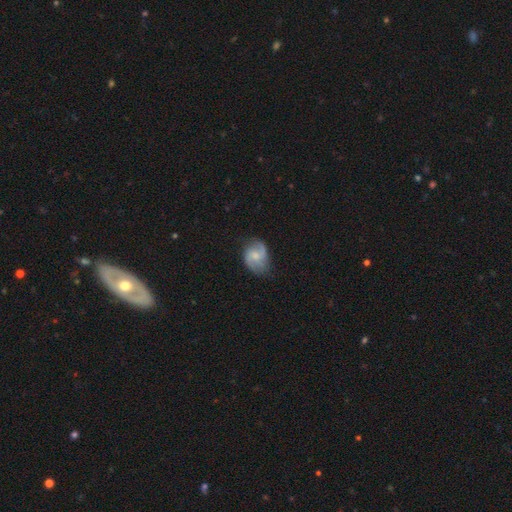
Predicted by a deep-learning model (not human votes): Q: Smooth or featured?
A: featured or disk (69%); runner-up: smooth (25%)
Q: Edge-on disk?
A: no (97%); runner-up: yes (3%)
Q: Bar?
A: no (50%); runner-up: weak (43%)
Q: Spiral arms?
A: yes (93%); runner-up: no (7%)
Q: Spiral winding?
A: medium (45%); runner-up: loose (39%)
Q: Spiral arm count?
A: 2 (84%); runner-up: can't tell (7%)
Q: Bulge size?
A: small (44%); runner-up: moderate (42%)
Q: Merging?
A: none (68%); runner-up: minor disturbance (23%)